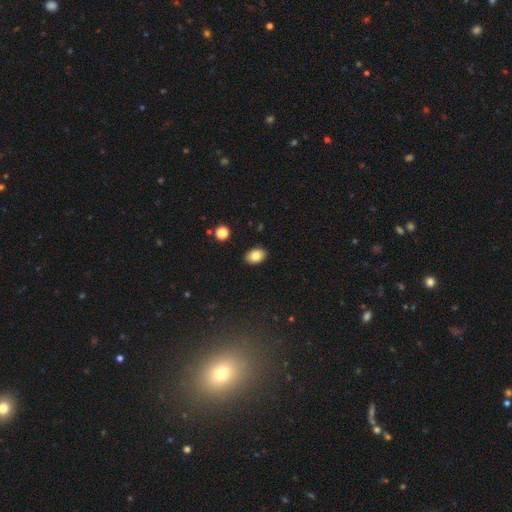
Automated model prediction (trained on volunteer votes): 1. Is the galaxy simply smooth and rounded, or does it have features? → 83% smooth, 8% featured or disk, 8% star or artifact.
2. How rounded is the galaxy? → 85% in between, 14% round, 1% cigar-shaped.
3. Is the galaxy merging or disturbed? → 89% none, 8% minor disturbance, 2% major disturbance, 1% merger.